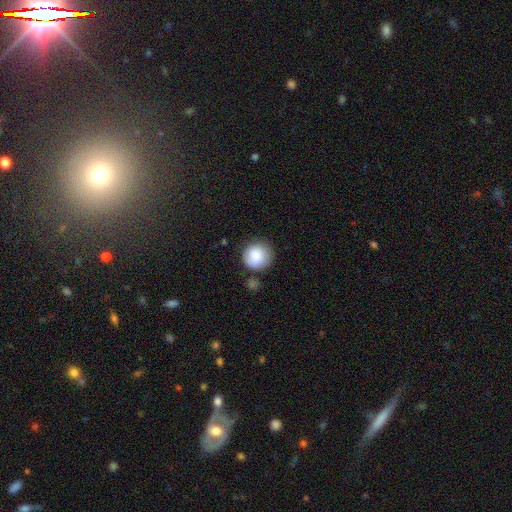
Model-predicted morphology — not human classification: Smooth or featured?
  - smooth: 84% *
  - featured or disk: 9%
  - star or artifact: 7%
How rounded?
  - round: 91% *
  - in between: 8%
  - cigar-shaped: 1%
Merging?
  - none: 73% *
  - minor disturbance: 16%
  - merger: 5%
  - major disturbance: 5%